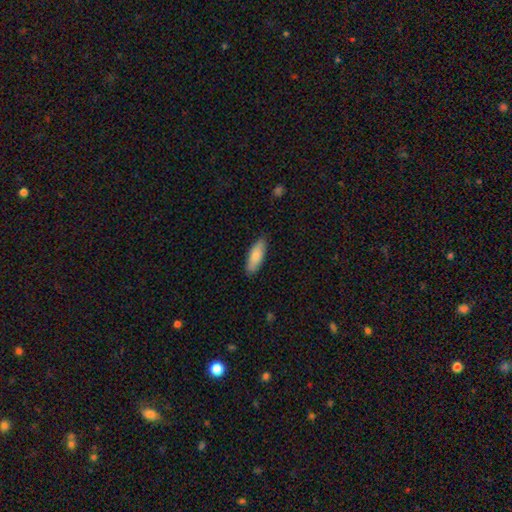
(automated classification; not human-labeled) Smooth or featured: smooth — 81% (featured or disk — 14%)
How rounded: in between — 71% (cigar-shaped — 27%)
Merging: none — 85% (minor disturbance — 12%)